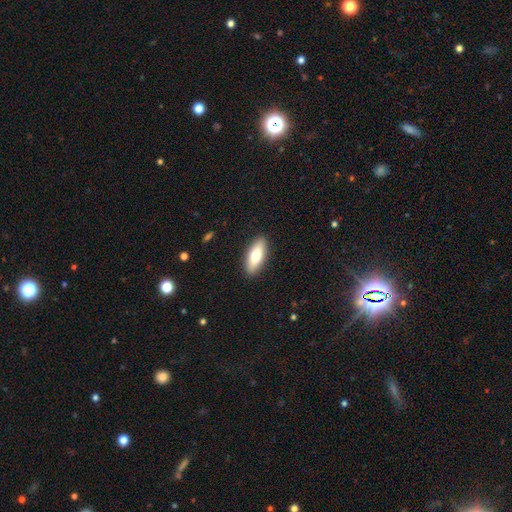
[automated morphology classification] smooth-or-featured: smooth: 72% | featured or disk: 22% | star or artifact: 6%
  how-rounded: in between: 69% | cigar-shaped: 29% | round: 2%
  merging: none: 90% | minor disturbance: 7% | major disturbance: 2% | merger: 1%